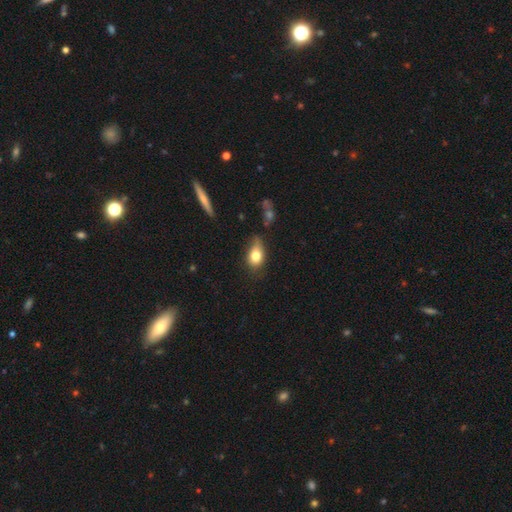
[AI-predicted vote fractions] Smooth or featured? Predicted: smooth (p=0.77). How rounded? Predicted: in between (p=0.76). Merging? Predicted: none (p=0.47).